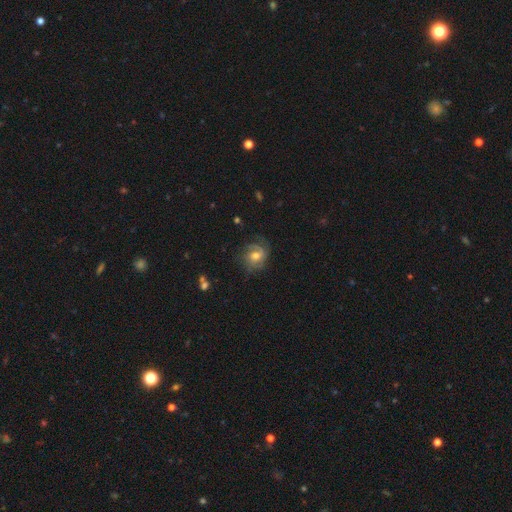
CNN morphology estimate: featured or disk 70%, smooth 22%, star or artifact 9%. Down the decision tree: edge-on disk — no (97%); bar — no (55%); spiral arms — yes (91%); spiral arm count — 2 (34%); spiral winding — tight (44%); bulge size — moderate (69%); merging — none (68%).